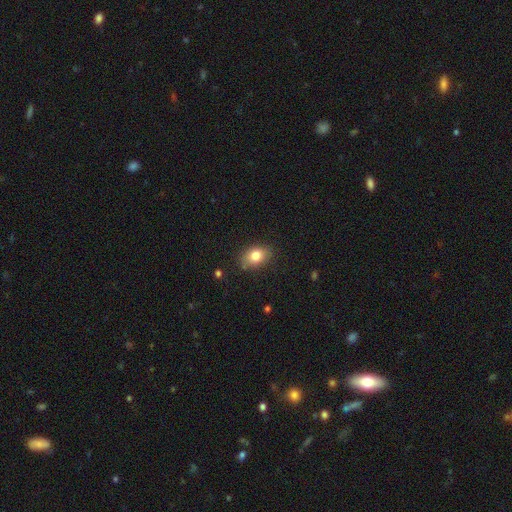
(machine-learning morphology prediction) Q: Smooth or featured?
A: smooth (81%); runner-up: featured or disk (10%)
Q: How rounded?
A: in between (80%); runner-up: round (18%)
Q: Merging?
A: none (79%); runner-up: minor disturbance (17%)